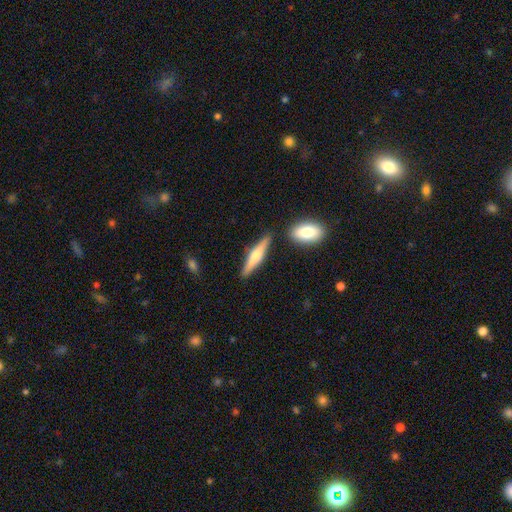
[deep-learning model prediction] featured or disk 49%, smooth 46%, star or artifact 6%. Down the decision tree: merging — none (82%).